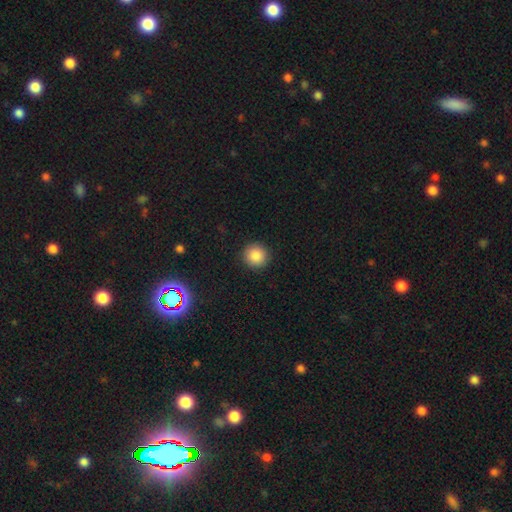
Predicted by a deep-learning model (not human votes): A smooth galaxy with no disk features (87%) that is round (94%).

Vote fractions:
- Smooth or featured? smooth: 87% / star or artifact: 10% / featured or disk: 4%
- How rounded? round: 94% / in between: 5% / cigar-shaped: 1%
- Merging? none: 92% / minor disturbance: 5% / major disturbance: 2% / merger: 1%